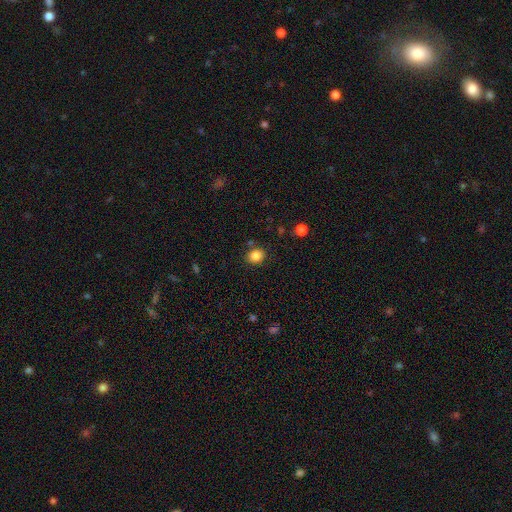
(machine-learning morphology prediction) Overall: smooth (85%). How rounded: round (64%; in between 35%). Merging: none (83%).